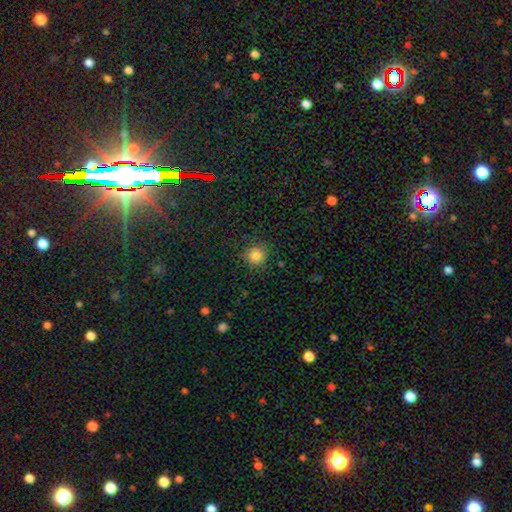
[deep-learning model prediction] smooth_or_featured: smooth (p=0.83) [alt: star or artifact p=0.12]
how_rounded: round (p=0.90) [alt: in between p=0.09]
merging: none (p=0.85) [alt: minor disturbance p=0.11]